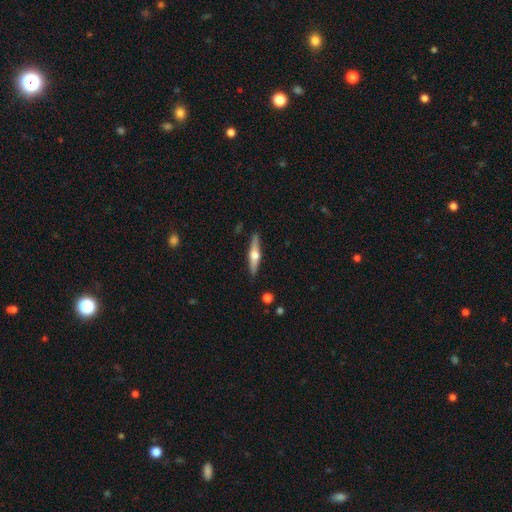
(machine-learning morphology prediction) The model was most divided on "smooth or featured": featured or disk: 65%, smooth: 29%, star or artifact: 6%. More confident: edge-on disk — yes (97%); edge-on bulge — rounded (94%); merging — none (89%).